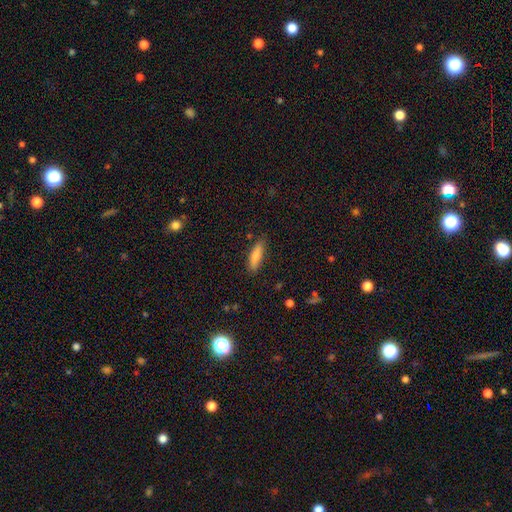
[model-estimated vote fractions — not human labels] Smooth or featured? smooth (73%)
How rounded? cigar-shaped (64%)
Merging? none (84%)